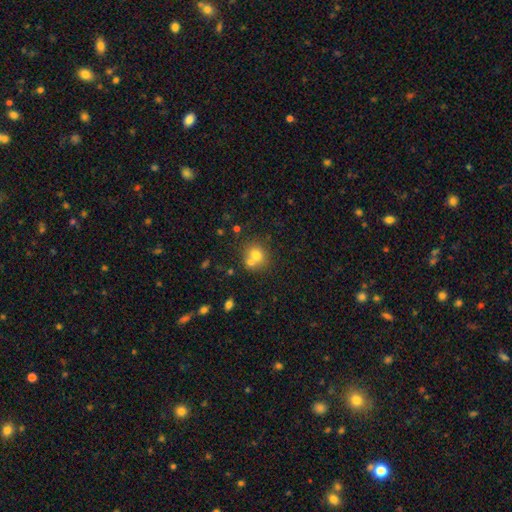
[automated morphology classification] type=smooth (72%); roundness=round (81%); merging=none (49%).